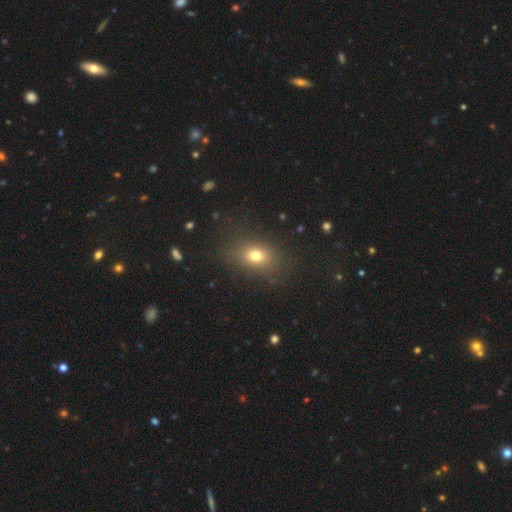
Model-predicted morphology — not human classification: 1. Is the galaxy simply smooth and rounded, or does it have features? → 72% smooth, 17% star or artifact, 12% featured or disk.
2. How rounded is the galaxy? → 61% in between, 37% round, 2% cigar-shaped.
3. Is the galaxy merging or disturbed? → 81% none, 11% minor disturbance, 6% major disturbance, 2% merger.